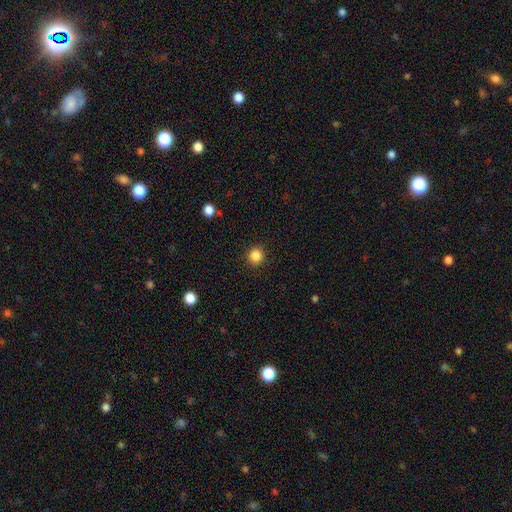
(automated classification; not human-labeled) A smooth galaxy with no disk features (86%) that is round (93%).

Vote fractions:
- Smooth or featured? smooth: 86% / star or artifact: 11% / featured or disk: 3%
- How rounded? round: 93% / in between: 6% / cigar-shaped: 1%
- Merging? none: 92% / minor disturbance: 5% / major disturbance: 2% / merger: 1%